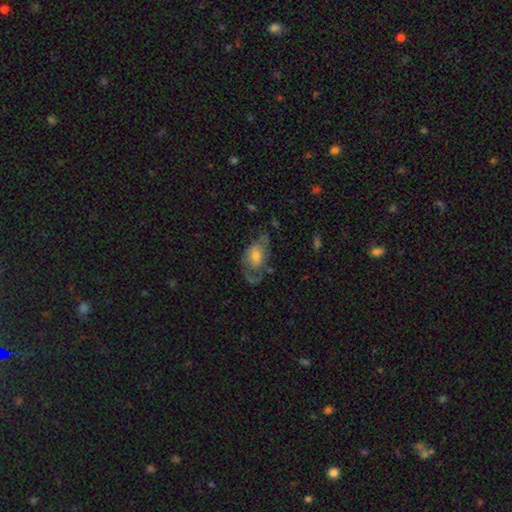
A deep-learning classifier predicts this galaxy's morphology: A featured or disk galaxy (59%) with no bar (69%), spiral arms (67%) and a moderate central bulge (52%). Merging: none (46%).